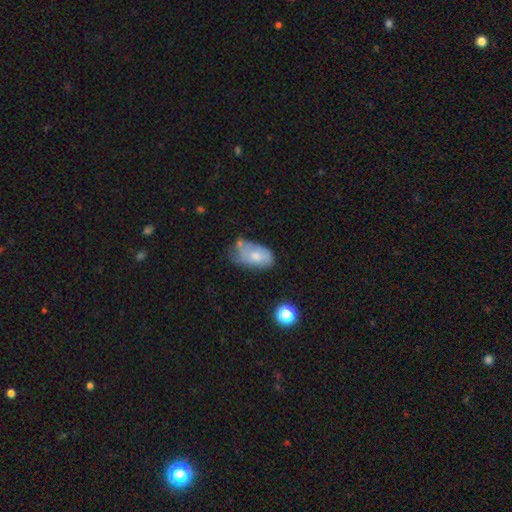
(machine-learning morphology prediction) The model was most divided on "merging" (2-way tie): none: 36%, minor disturbance: 36%, major disturbance: 15%, merger: 13%. More confident: how rounded — in between (92%); smooth or featured — smooth (67%).